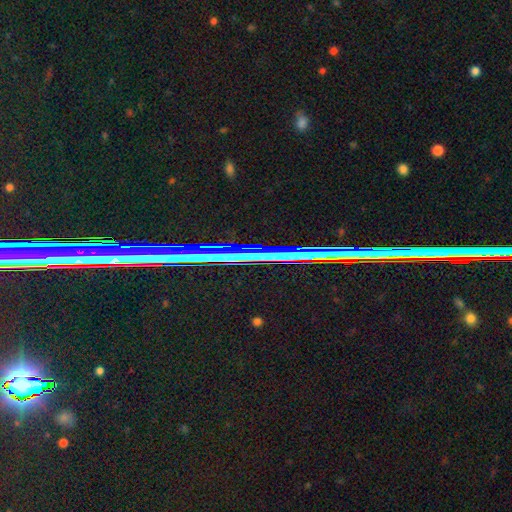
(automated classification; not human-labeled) Smooth or featured? Predicted: star or artifact (p=0.71).